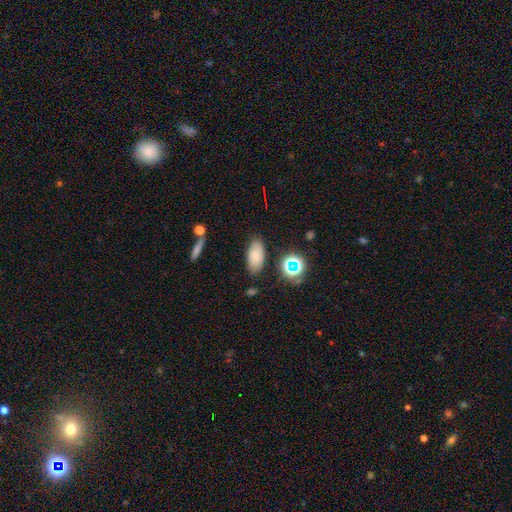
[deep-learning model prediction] Overall: smooth (77%). How rounded: in between (90%). Merging: none (81%).